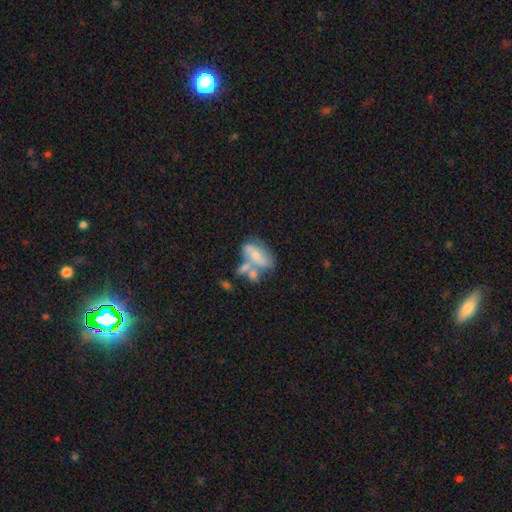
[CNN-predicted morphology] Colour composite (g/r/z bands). It shows a featured or disk galaxy (52%). Merging: merger (43%).